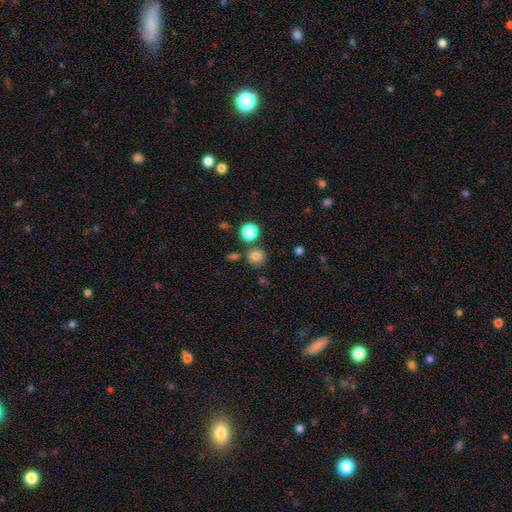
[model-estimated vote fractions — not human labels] This is clearly a smooth galaxy (81%). How rounded: clearly round (84%). Merging: likely none (76%).